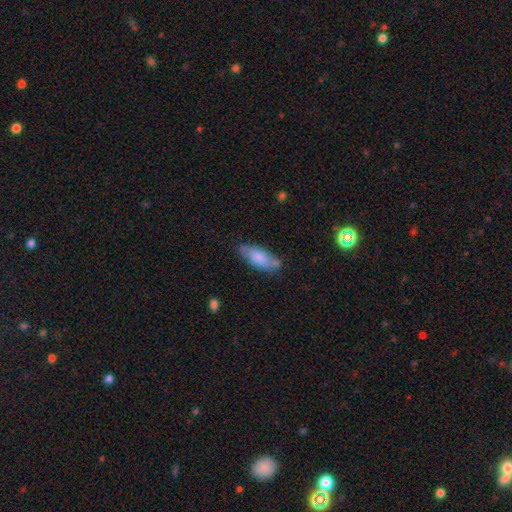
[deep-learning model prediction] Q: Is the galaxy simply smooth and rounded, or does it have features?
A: smooth — 65%.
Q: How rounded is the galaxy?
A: in between — 75%.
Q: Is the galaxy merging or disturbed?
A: none — 69%.